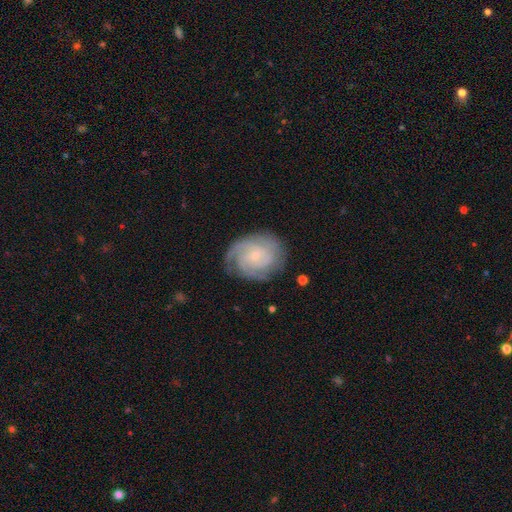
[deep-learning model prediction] Smooth or featured?
  - featured or disk: 84% *
  - smooth: 10%
  - star or artifact: 5%
Edge-on disk?
  - no: 98% *
  - yes: 2%
Bar?
  - no: 67% *
  - weak: 28%
  - strong: 5%
Spiral arms?
  - yes: 97% *
  - no: 3%
Spiral winding?
  - tight: 73% *
  - medium: 23%
  - loose: 4%
Spiral arm count?
  - 3: 30% *
  - can't tell: 25%
  - 2: 19%
  - 4: 15%
  - 1: 6%
  - more than 4: 6%
Bulge size?
  - small: 74% *
  - moderate: 18%
  - none: 6%
  - large: 1%
  - dominant: 1%
Merging?
  - none: 76% *
  - minor disturbance: 17%
  - major disturbance: 6%
  - merger: 1%